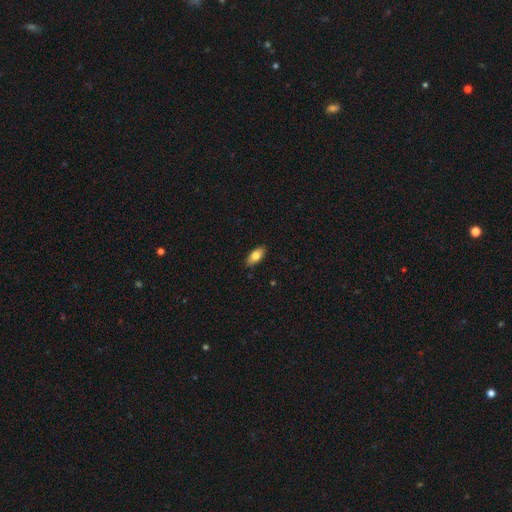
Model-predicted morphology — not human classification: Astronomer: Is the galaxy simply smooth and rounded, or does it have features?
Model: smooth — 77%.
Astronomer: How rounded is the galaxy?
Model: in between — 86%.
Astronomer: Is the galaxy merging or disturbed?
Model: none — 88%.